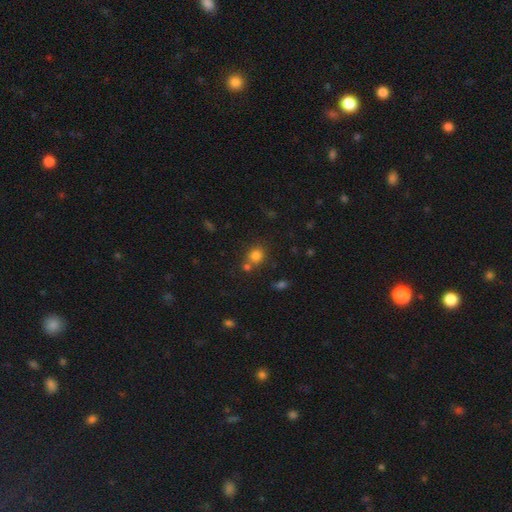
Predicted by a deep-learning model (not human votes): smooth_or_featured: smooth (p=0.79) [alt: star or artifact p=0.14]
how_rounded: round (p=0.80) [alt: in between p=0.19]
merging: none (p=0.65) [alt: merger p=0.23]